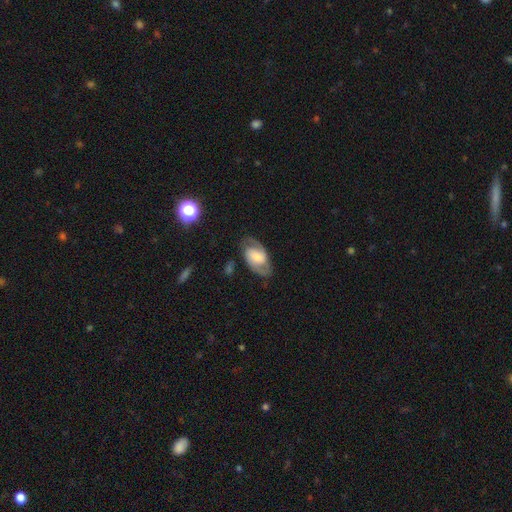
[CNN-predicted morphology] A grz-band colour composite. It shows a featured or disk galaxy (73%) with no bar (42%, tied with weak), 2 (86%) medium (49%) spiral arms (91%) and a moderate central bulge (40%). Merging: none (76%).